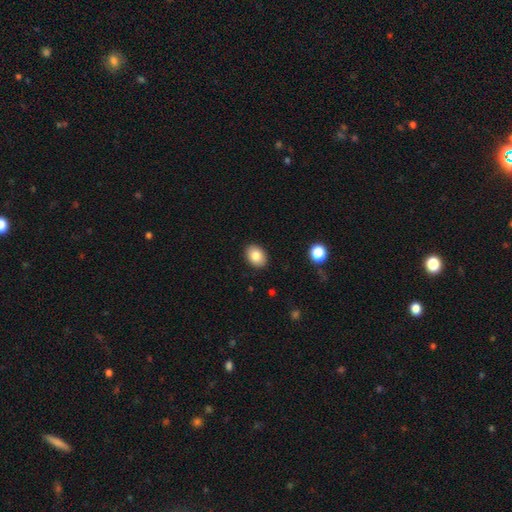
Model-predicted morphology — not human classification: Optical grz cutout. It shows a smooth galaxy with no disk features (84%) that is in between round and cigar-shaped (71%). Merging: none (89%).